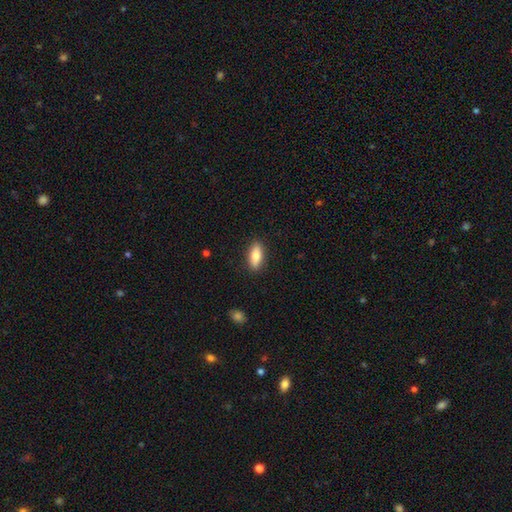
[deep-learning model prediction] Morphology: type=smooth (79%); roundness=in between (77%); merging=none (88%).